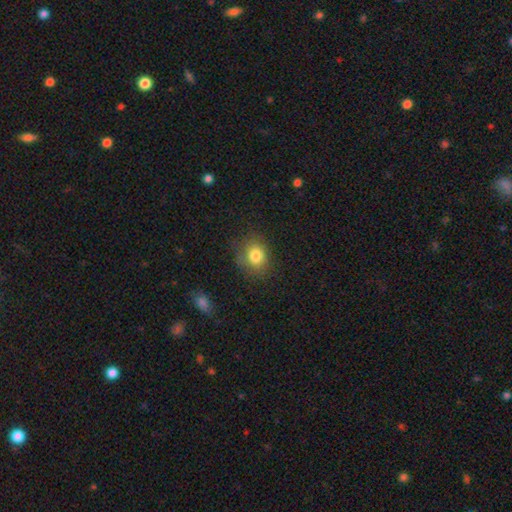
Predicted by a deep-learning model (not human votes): Q: Smooth or featured?
A: smooth (81%); runner-up: star or artifact (11%)
Q: How rounded?
A: round (60%); runner-up: in between (39%)
Q: Merging?
A: none (77%); runner-up: minor disturbance (16%)